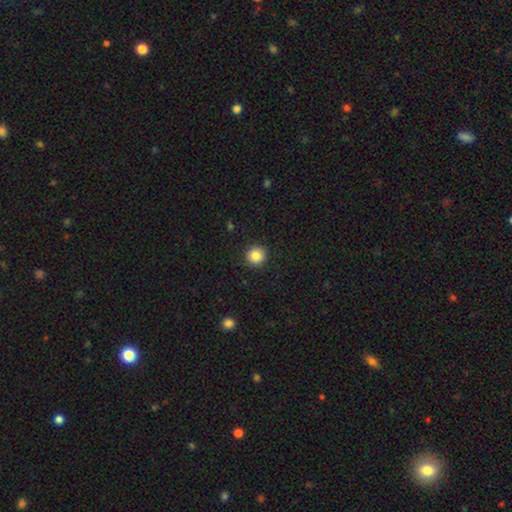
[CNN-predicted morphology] smooth 85%, star or artifact 10%, featured or disk 5%. Down the decision tree: how rounded — round (95%); merging — none (93%).